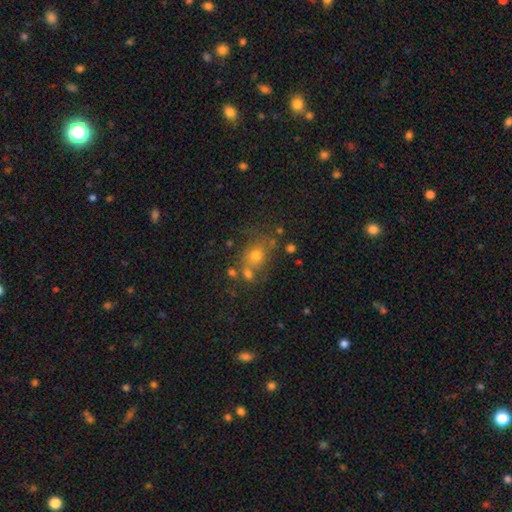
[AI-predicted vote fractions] Q: Smooth or featured?
A: smooth (64%); runner-up: star or artifact (19%)
Q: How rounded?
A: round (65%); runner-up: in between (34%)
Q: Merging?
A: none (58%); runner-up: merger (19%)